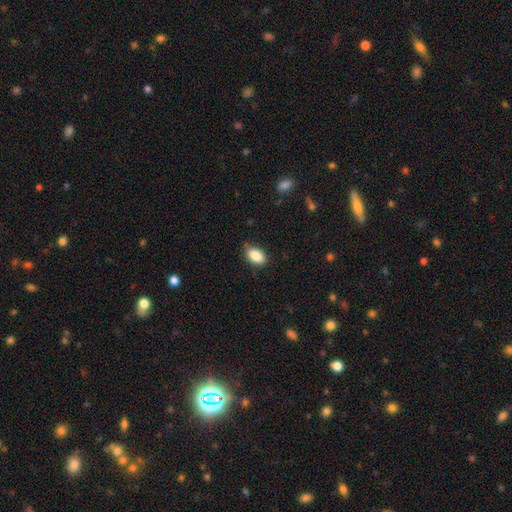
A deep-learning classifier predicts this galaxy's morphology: smooth-or-featured: smooth: 87% | star or artifact: 8% | featured or disk: 5%
  how-rounded: in between: 89% | round: 10% | cigar-shaped: 2%
  merging: none: 79% | minor disturbance: 17% | major disturbance: 3% | merger: 1%